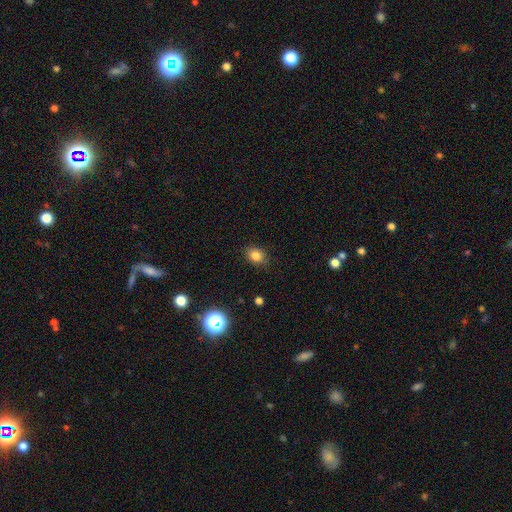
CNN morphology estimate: A smooth galaxy with no disk features (82%) that is in between round and cigar-shaped (55%). Merging: none (85%).